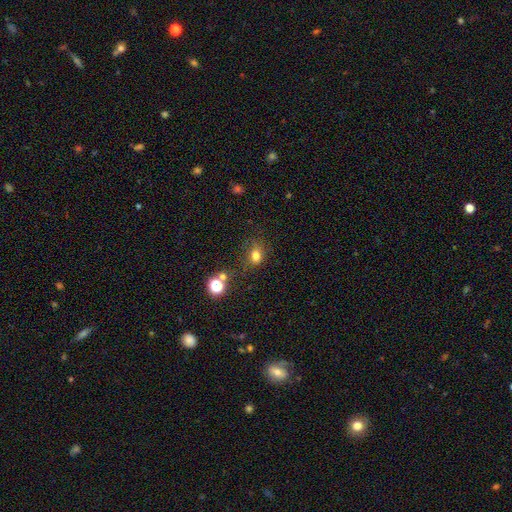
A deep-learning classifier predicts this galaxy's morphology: Q: Smooth or featured?
A: smooth (75%); runner-up: star or artifact (17%)
Q: How rounded?
A: in between (54%); runner-up: round (44%)
Q: Merging?
A: none (68%); runner-up: minor disturbance (19%)